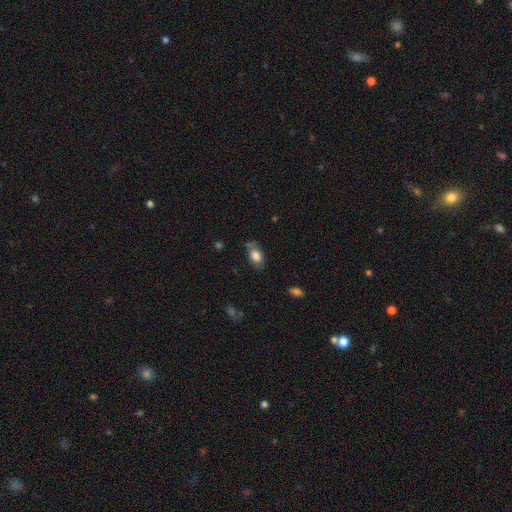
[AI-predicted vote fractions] smooth_or_featured: smooth (p=0.79) [alt: featured or disk p=0.13]
how_rounded: in between (p=0.86) [alt: round p=0.12]
merging: none (p=0.59) [alt: minor disturbance p=0.29]